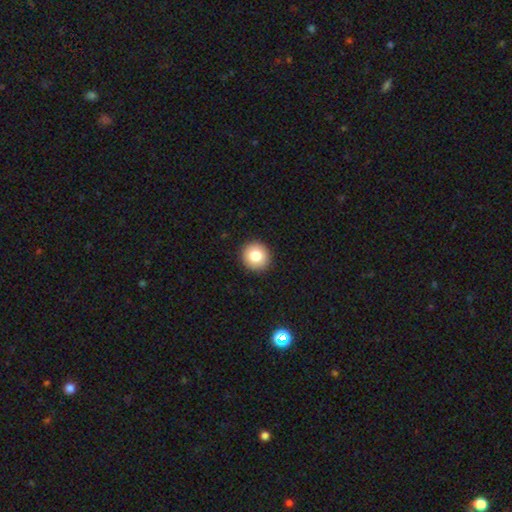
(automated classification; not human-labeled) Smooth or featured? smooth (81%)
How rounded? round (92%)
Merging? none (93%)